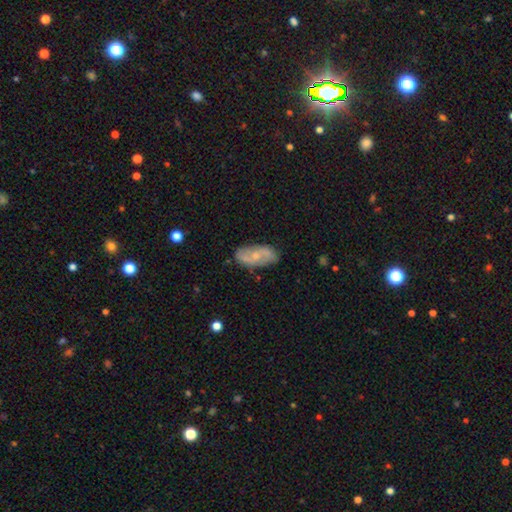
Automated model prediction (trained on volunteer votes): smooth_or_featured: featured or disk (p=0.59) [alt: smooth p=0.34]
disk_edge_on: no (p=0.92) [alt: yes p=0.08]
bar: no (p=0.61) [alt: weak p=0.31]
has_spiral_arms: yes (p=0.80) [alt: no p=0.20]
bulge_size: small (p=0.63) [alt: moderate p=0.30]
merging: none (p=0.78) [alt: minor disturbance p=0.16]